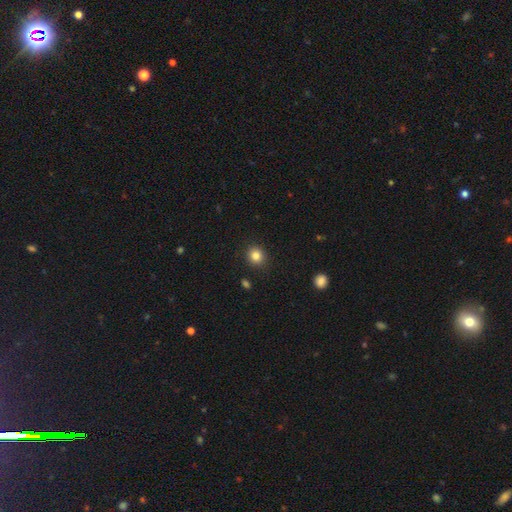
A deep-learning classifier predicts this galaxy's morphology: smooth_or_featured: smooth (p=0.83) [alt: star or artifact p=0.11]
how_rounded: round (p=0.84) [alt: in between p=0.15]
merging: none (p=0.91) [alt: minor disturbance p=0.06]